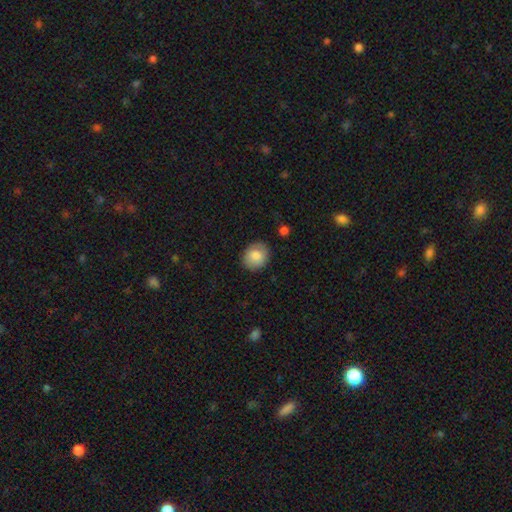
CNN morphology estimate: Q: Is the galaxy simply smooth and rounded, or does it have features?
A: smooth — 82%.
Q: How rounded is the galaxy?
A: round — 73%.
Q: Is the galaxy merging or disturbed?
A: none — 85%.